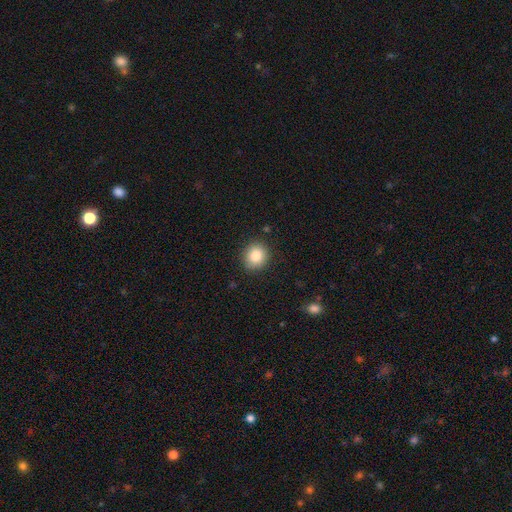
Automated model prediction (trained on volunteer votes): Overall: smooth (85%). How rounded: round (81%). Merging: none (88%).